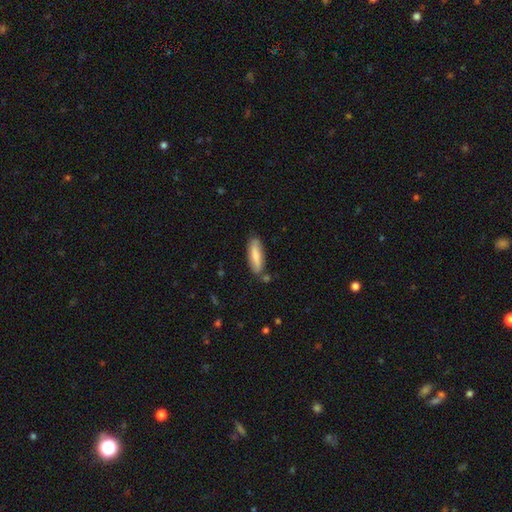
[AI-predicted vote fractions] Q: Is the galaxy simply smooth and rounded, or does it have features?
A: smooth — 73%.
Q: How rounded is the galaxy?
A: cigar-shaped — 50%.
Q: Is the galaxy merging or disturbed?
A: none — 79%.